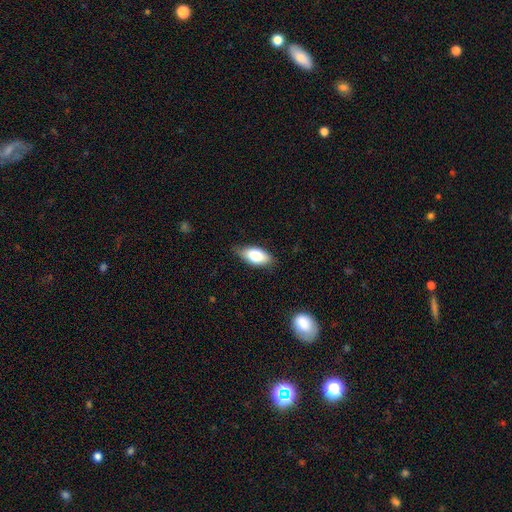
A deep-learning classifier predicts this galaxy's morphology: A smooth galaxy with no disk features (77%) that is in between round and cigar-shaped (89%). Merging: none (75%).